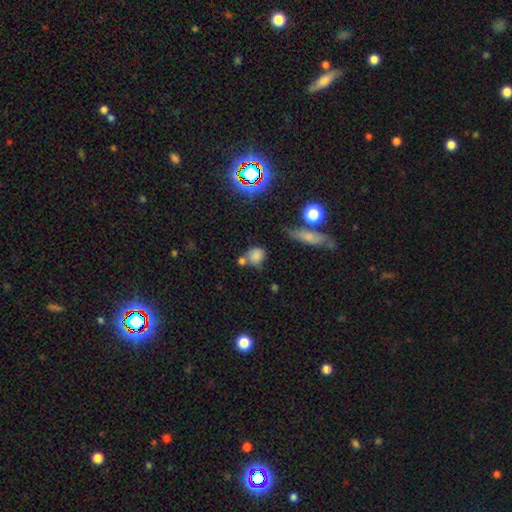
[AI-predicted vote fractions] Smooth or featured? smooth (76%)
How rounded? round (68%)
Merging? none (51%)